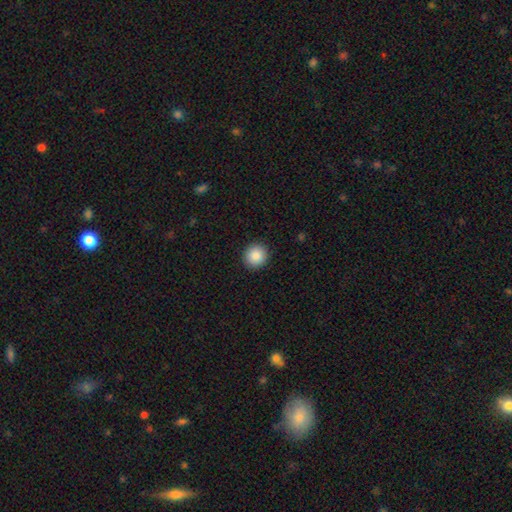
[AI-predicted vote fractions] smooth-or-featured: smooth: 88% | star or artifact: 8% | featured or disk: 4%
  how-rounded: round: 93% | in between: 6% | cigar-shaped: 1%
  merging: none: 93% | minor disturbance: 5% | major disturbance: 2% | merger: 1%